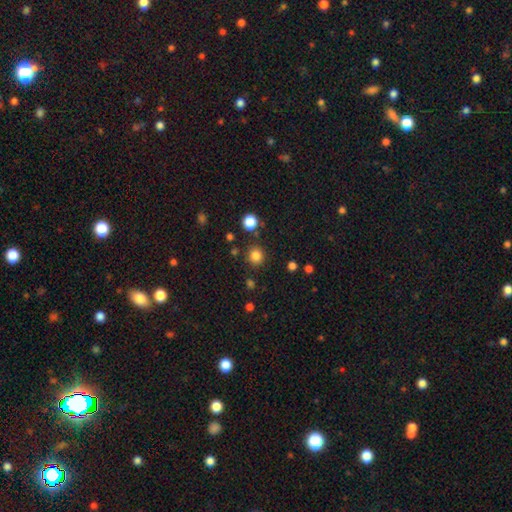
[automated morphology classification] smooth_or_featured: smooth (p=0.83) [alt: star or artifact p=0.13]
how_rounded: round (p=0.92) [alt: in between p=0.07]
merging: none (p=0.87) [alt: minor disturbance p=0.07]